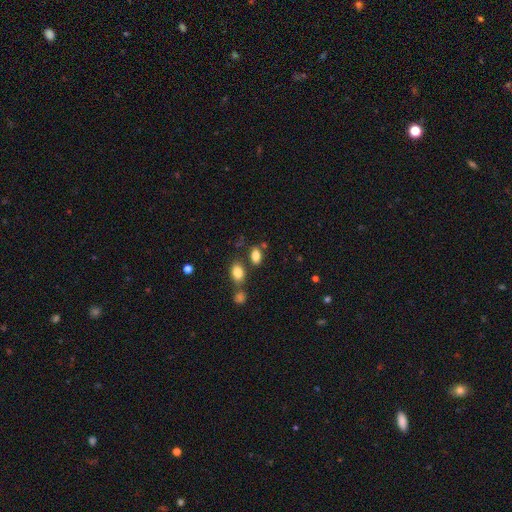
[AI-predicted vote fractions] The model was most divided on "merging": none: 69%, merger: 13%, minor disturbance: 13%, major disturbance: 4%. More confident: how rounded — in between (86%); smooth or featured — smooth (84%).